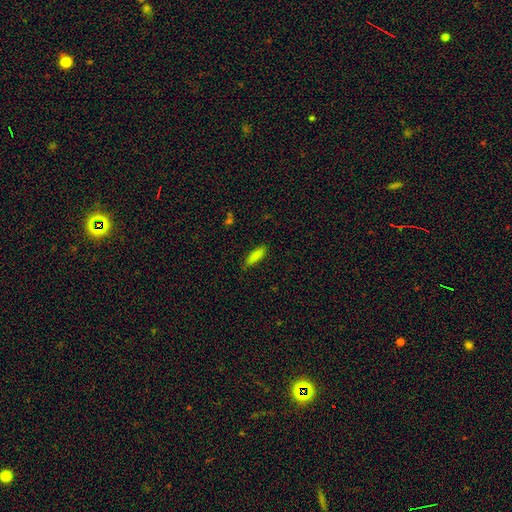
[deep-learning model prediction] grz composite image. It shows a smooth galaxy with no disk features (85%) that is cigar-shaped (59%). Merging: none (84%).